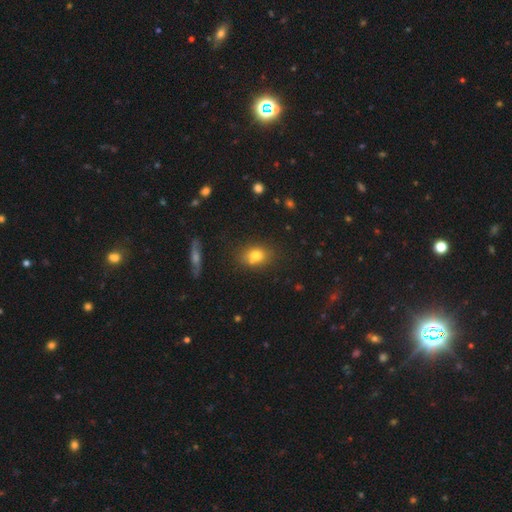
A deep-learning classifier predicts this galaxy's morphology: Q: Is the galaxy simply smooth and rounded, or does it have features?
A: smooth — 77%.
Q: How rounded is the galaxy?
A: in between — 60%.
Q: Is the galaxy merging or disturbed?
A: none — 69%.